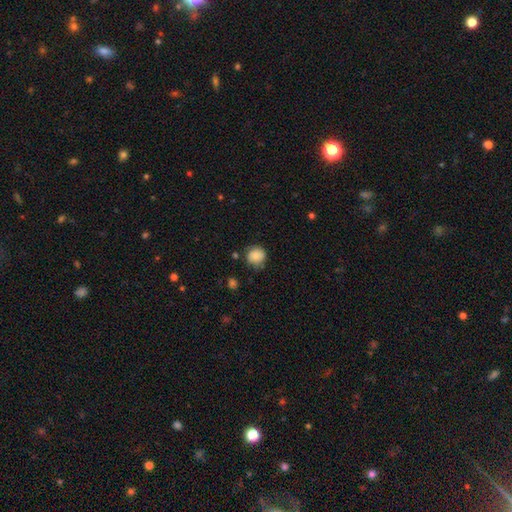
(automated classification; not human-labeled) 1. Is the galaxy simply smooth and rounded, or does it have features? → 84% smooth, 9% star or artifact, 7% featured or disk.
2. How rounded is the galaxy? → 85% round, 14% in between, 1% cigar-shaped.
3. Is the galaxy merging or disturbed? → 72% none, 20% minor disturbance, 5% major disturbance, 3% merger.